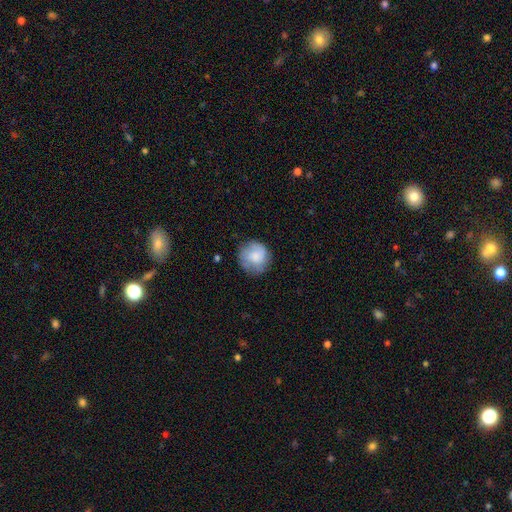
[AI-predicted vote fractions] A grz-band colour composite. It shows a smooth galaxy with no disk features (72%) that is round (91%). Merging: none (74%).